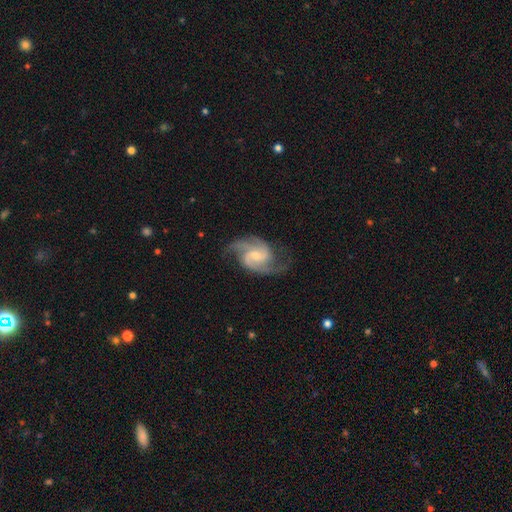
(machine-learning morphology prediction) featured or disk 91%, smooth 5%, star or artifact 4%. Down the decision tree: edge-on disk — no (98%); bar — no (46%); spiral arms — yes (98%); spiral arm count — 2 (64%); spiral winding — medium (57%); bulge size — moderate (53%); merging — none (72%).